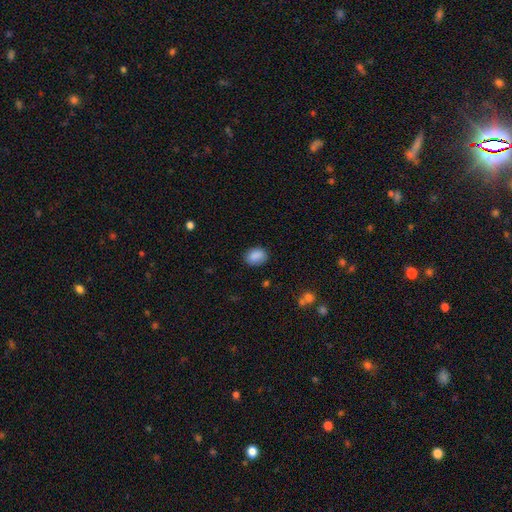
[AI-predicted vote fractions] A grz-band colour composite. It shows a smooth galaxy with no disk features (88%) that is in between round and cigar-shaped (75%). Merging: none (84%).